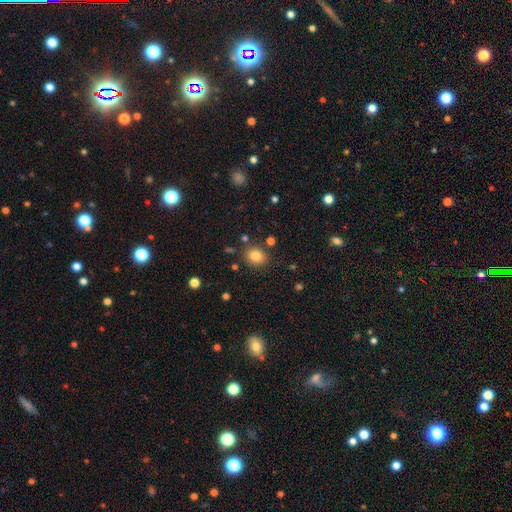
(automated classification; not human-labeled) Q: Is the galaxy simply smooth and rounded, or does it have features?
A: smooth — 81%.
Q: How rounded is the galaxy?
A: round — 64%.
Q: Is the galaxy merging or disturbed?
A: none — 83%.